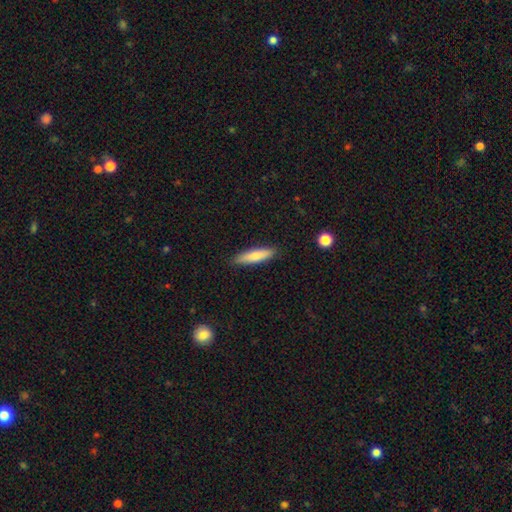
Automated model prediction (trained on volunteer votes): Q: Smooth or featured?
A: smooth (77%); runner-up: featured or disk (17%)
Q: How rounded?
A: cigar-shaped (74%); runner-up: in between (24%)
Q: Merging?
A: none (89%); runner-up: minor disturbance (9%)